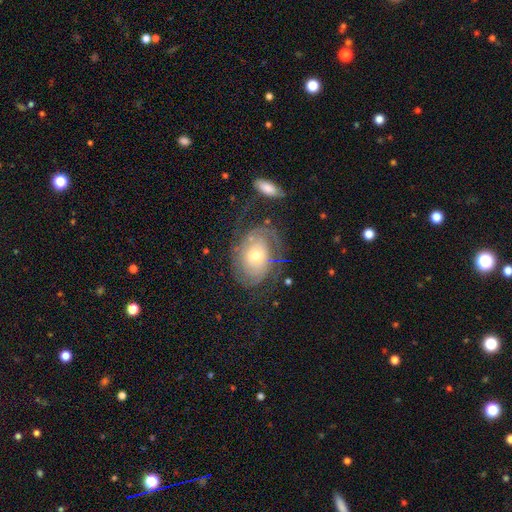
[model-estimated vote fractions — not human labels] A featured or disk galaxy (79%) with no bar (73%), tight (66%) spiral arms (91%) and a moderate central bulge (61%).

Vote fractions:
- Smooth or featured? featured or disk: 79% / smooth: 14% / star or artifact: 7%
- Edge-on disk? no: 96% / yes: 4%
- Bar? no: 73% / weak: 22% / strong: 5%
- Spiral arms? yes: 91% / no: 9%
- Spiral winding? tight: 66% / medium: 25% / loose: 9%
- Spiral arm count? can't tell: 39% / 2: 32% / 3: 12% / 1: 6% / 4: 5% / more than 4: 4%
- Bulge size? moderate: 61% / small: 30% / large: 7% / dominant: 1% / none: 1%
- Merging? none: 62% / minor disturbance: 19% / major disturbance: 16% / merger: 4%